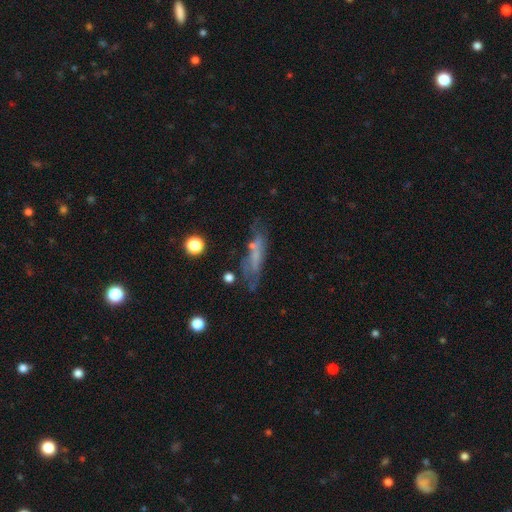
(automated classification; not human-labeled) smooth-or-featured: featured or disk: 44% | smooth: 43% | star or artifact: 13%
  merging: none: 56% | minor disturbance: 23% | major disturbance: 14% | merger: 7%